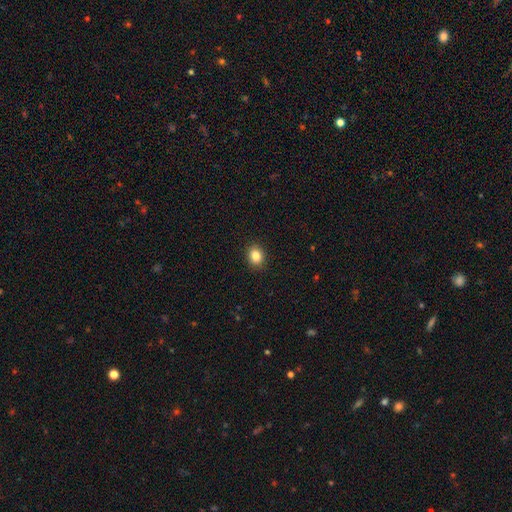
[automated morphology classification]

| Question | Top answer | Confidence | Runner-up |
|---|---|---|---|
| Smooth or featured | smooth | 84% | star or artifact (10%) |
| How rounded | round | 56% | in between (43%) |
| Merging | none | 91% | minor disturbance (6%) |